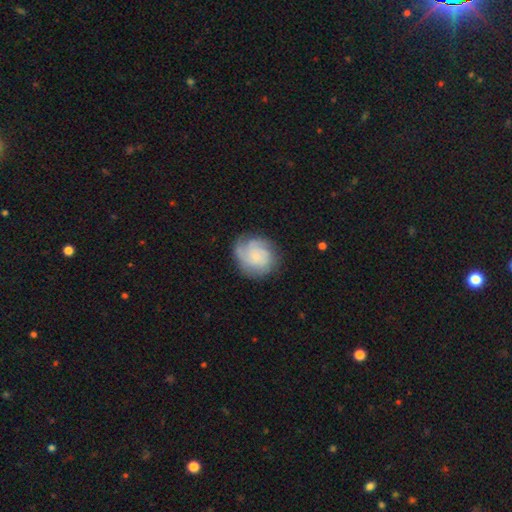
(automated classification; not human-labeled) The model was most divided on "smooth or featured": featured or disk: 54%, smooth: 39%, star or artifact: 8%. More confident: edge-on disk — no (98%); spiral arms — yes (88%); bar — no (79%); merging — none (70%); bulge size — small (63%).